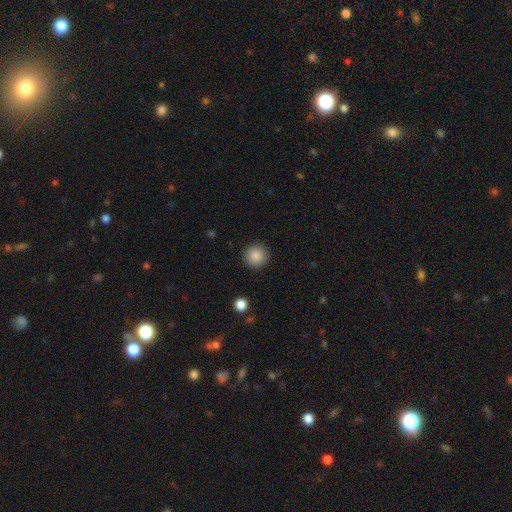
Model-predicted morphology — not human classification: smooth-or-featured: smooth: 87% | star or artifact: 9% | featured or disk: 4%
  how-rounded: round: 94% | in between: 5% | cigar-shaped: 1%
  merging: none: 91% | minor disturbance: 6% | major disturbance: 2% | merger: 1%